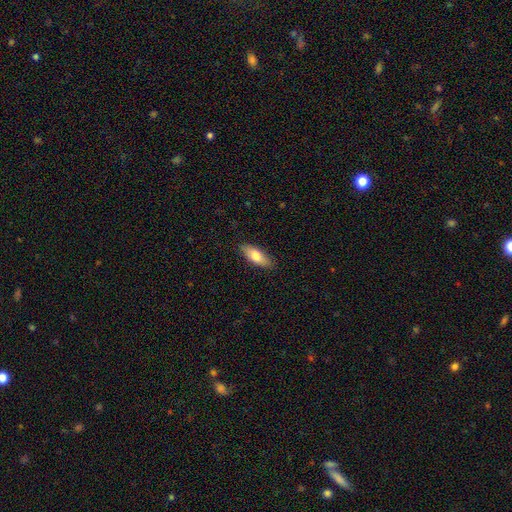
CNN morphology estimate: Smooth or featured: smooth — 75% (featured or disk — 19%)
How rounded: in between — 72% (cigar-shaped — 26%)
Merging: none — 86% (minor disturbance — 11%)